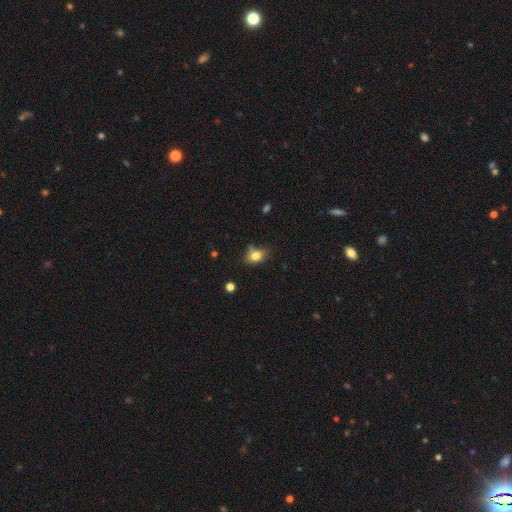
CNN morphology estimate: A smooth galaxy with no disk features (76%) that is in between round and cigar-shaped (66%).

Vote fractions:
- Smooth or featured? smooth: 76% / featured or disk: 12% / star or artifact: 11%
- How rounded? in between: 66% / round: 32% / cigar-shaped: 2%
- Merging? none: 54% / minor disturbance: 31% / major disturbance: 9% / merger: 6%